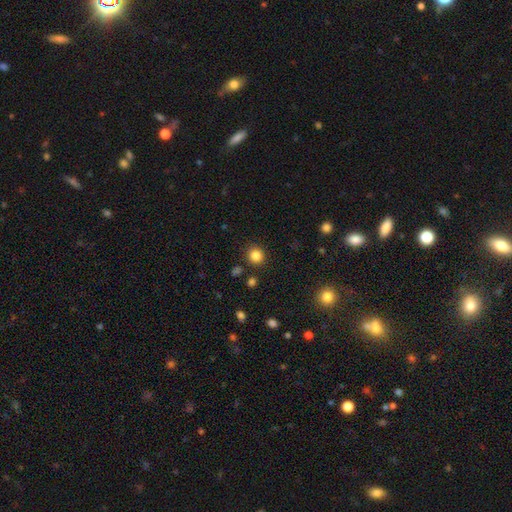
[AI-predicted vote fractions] Smooth or featured?
  - smooth: 84% *
  - star or artifact: 12%
  - featured or disk: 4%
How rounded?
  - round: 90% *
  - in between: 9%
  - cigar-shaped: 1%
Merging?
  - none: 88% *
  - minor disturbance: 7%
  - major disturbance: 2%
  - merger: 2%